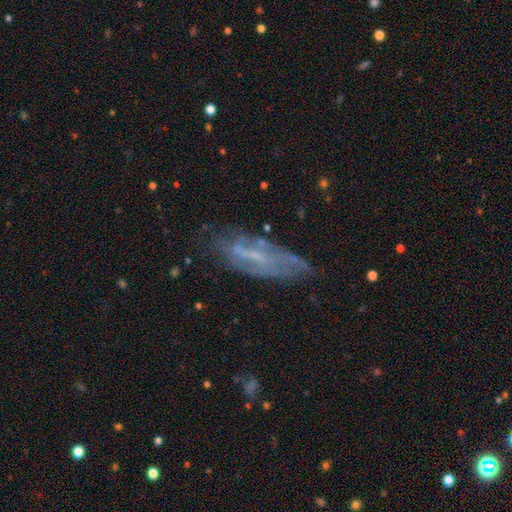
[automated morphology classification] type=featured or disk (61%); edge-on=no (71%); merging=none (59%).